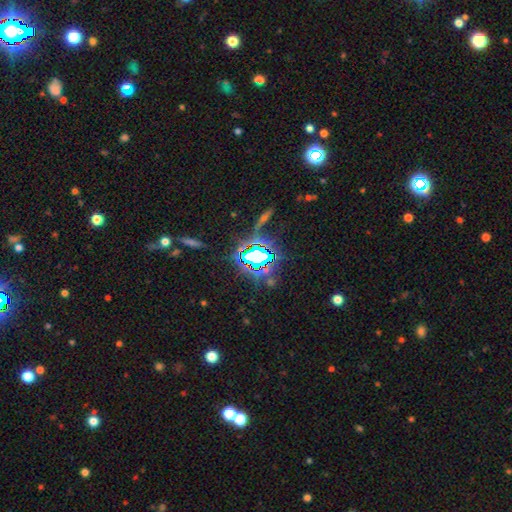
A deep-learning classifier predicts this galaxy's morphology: A star or artifact, not a galaxy (69%).